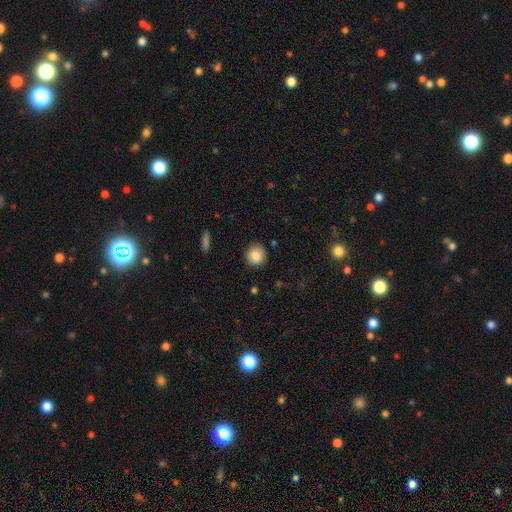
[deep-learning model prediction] A smooth galaxy with no disk features (87%) that is round (92%).

Vote fractions:
- Smooth or featured? smooth: 87% / star or artifact: 9% / featured or disk: 5%
- How rounded? round: 92% / in between: 7% / cigar-shaped: 1%
- Merging? none: 88% / minor disturbance: 8% / major disturbance: 2% / merger: 1%